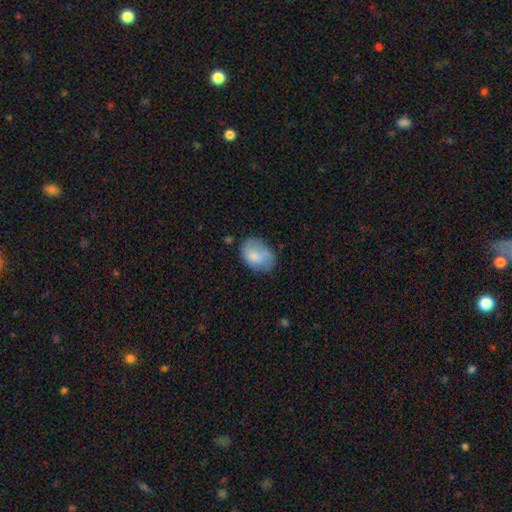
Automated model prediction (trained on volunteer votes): Smooth or featured? Predicted: smooth (p=0.77). How rounded? Predicted: in between (p=0.79). Merging? Predicted: none (p=0.59).